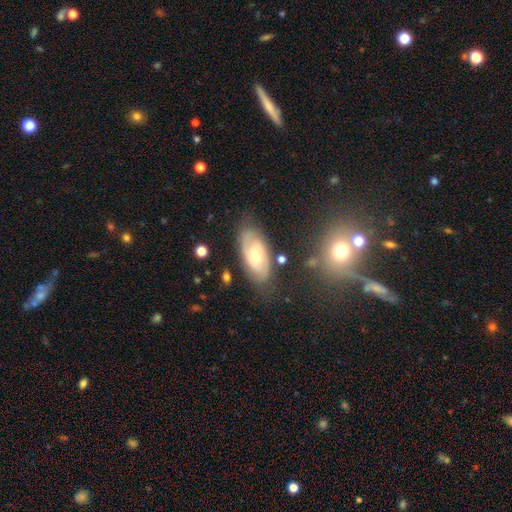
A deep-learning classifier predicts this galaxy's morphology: smooth_or_featured: featured or disk (p=0.66) [alt: smooth p=0.26]
disk_edge_on: no (p=0.93) [alt: yes p=0.07]
bar: no (p=0.55) [alt: weak p=0.37]
has_spiral_arms: yes (p=0.87) [alt: no p=0.13]
spiral_winding: tight (p=0.55) [alt: medium p=0.35]
spiral_arm_count: 2 (p=0.65) [alt: can't tell p=0.24]
bulge_size: moderate (p=0.48) [alt: small p=0.44]
merging: none (p=0.75) [alt: minor disturbance p=0.17]